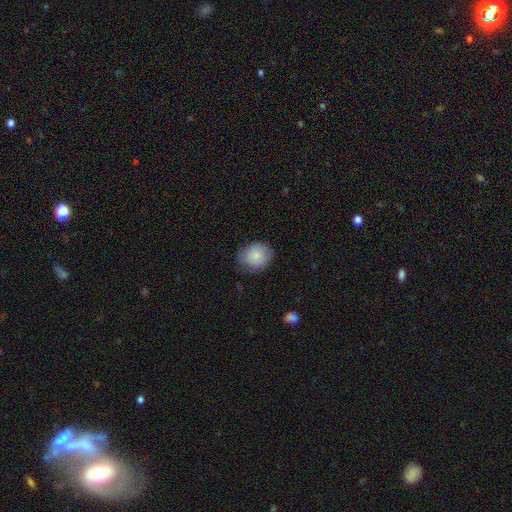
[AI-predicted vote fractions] smooth_or_featured: smooth (p=0.84) [alt: featured or disk p=0.09]
how_rounded: round (p=0.74) [alt: in between p=0.25]
merging: none (p=0.74) [alt: minor disturbance p=0.20]